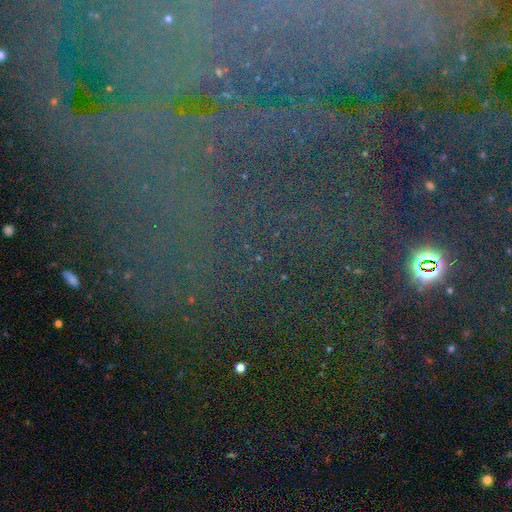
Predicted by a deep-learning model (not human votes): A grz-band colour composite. It shows a star or artifact, not a galaxy (67%).